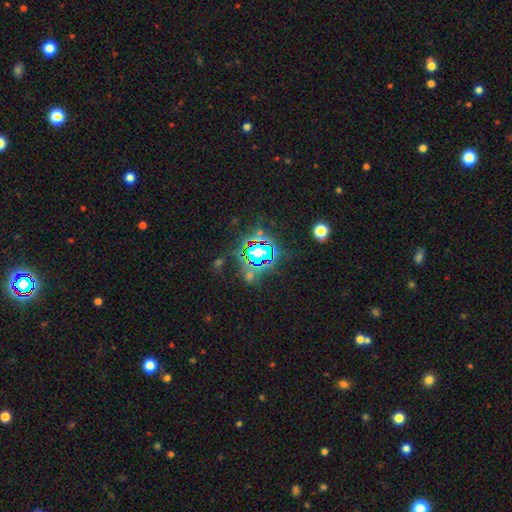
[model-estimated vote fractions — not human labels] smooth_or_featured: star or artifact (p=0.70) [alt: smooth p=0.18]